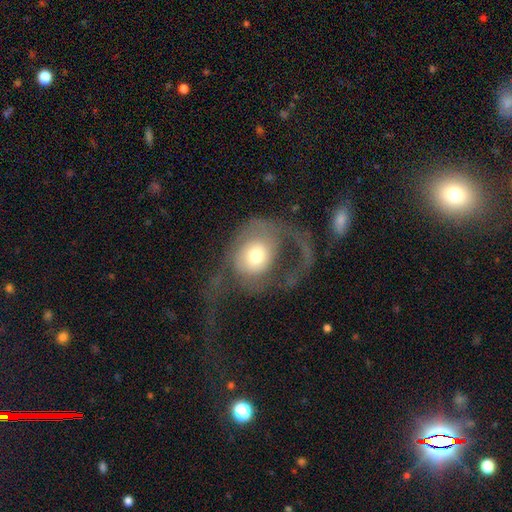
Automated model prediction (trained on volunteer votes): smooth_or_featured: featured or disk (p=0.51) [alt: smooth p=0.41]
disk_edge_on: no (p=0.96) [alt: yes p=0.04]
merging: major disturbance (p=0.64) [alt: none p=0.21]